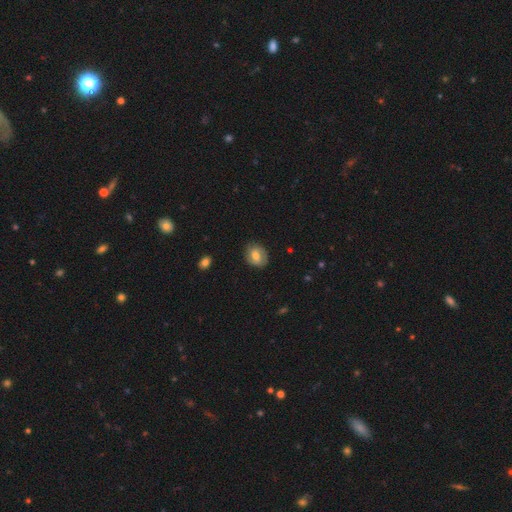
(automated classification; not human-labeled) Morphology: type=smooth (56%); roundness=in between (50%); merging=none (82%).